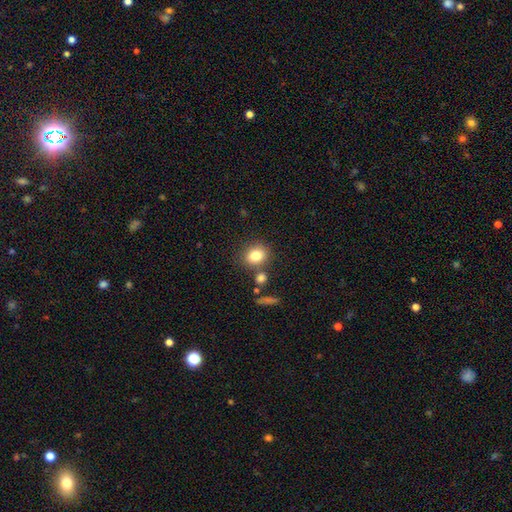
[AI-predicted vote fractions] The model was most divided on "how rounded": round: 63%, in between: 36%, cigar-shaped: 1%. More confident: smooth or featured — smooth (81%); merging — none (73%).